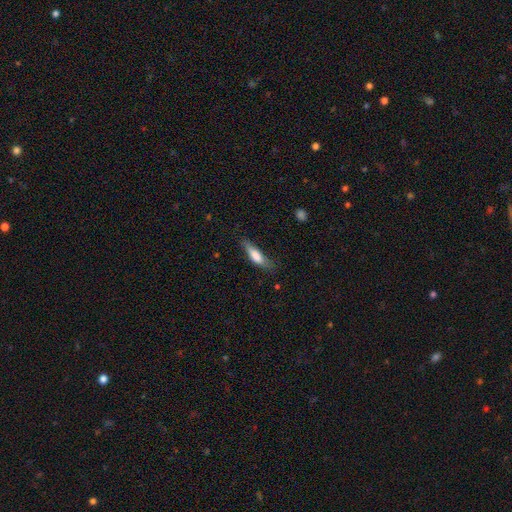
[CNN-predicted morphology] smooth 71%, featured or disk 22%, star or artifact 7%. Down the decision tree: how rounded — cigar-shaped (58%); merging — none (54%).